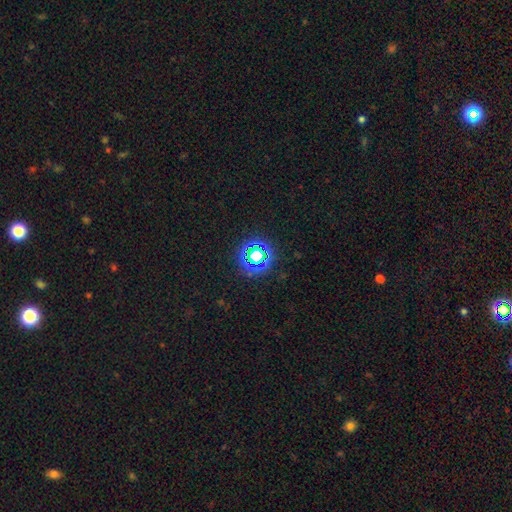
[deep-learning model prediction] Smooth or featured: star or artifact — 67% (smooth — 22%)